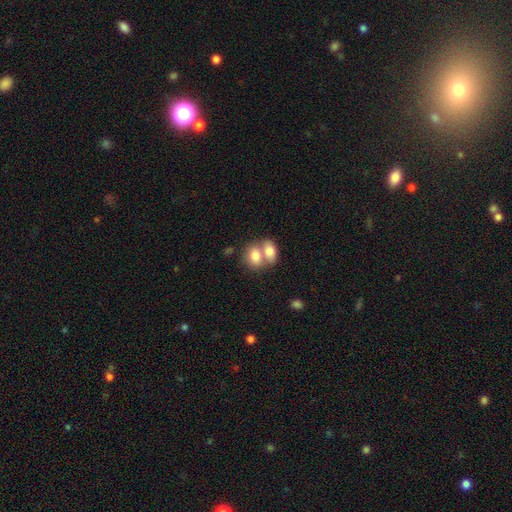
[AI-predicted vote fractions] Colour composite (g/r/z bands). It shows a smooth galaxy with no disk features (78%) that is in between round and cigar-shaped (73%). Merging: merger (66%).